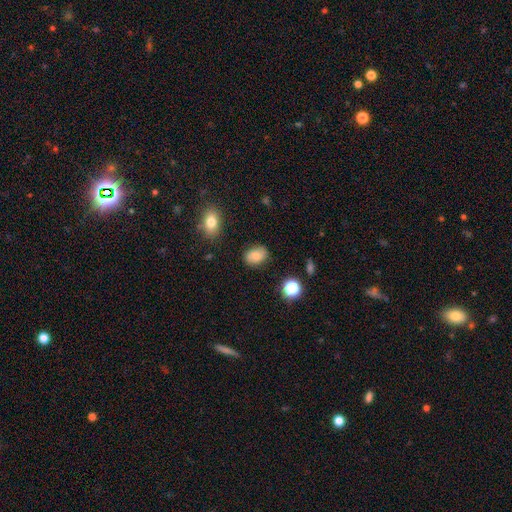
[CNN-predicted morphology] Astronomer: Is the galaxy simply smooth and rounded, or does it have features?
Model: smooth — 73%.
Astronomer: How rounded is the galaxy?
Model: in between — 77%.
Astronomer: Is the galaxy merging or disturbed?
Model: none — 81%.